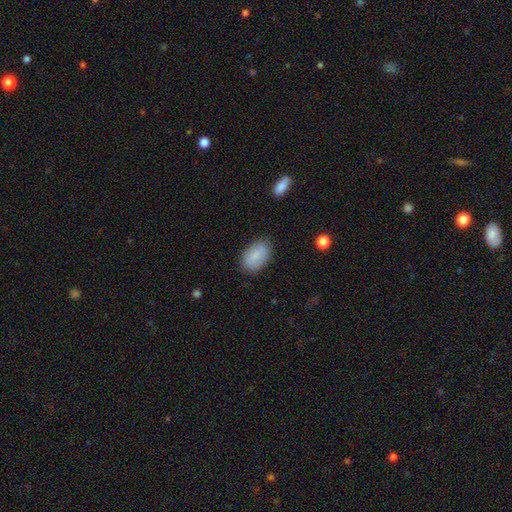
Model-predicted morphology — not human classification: smooth 86%, featured or disk 7%, star or artifact 7%. Down the decision tree: how rounded — in between (91%); merging — none (82%).